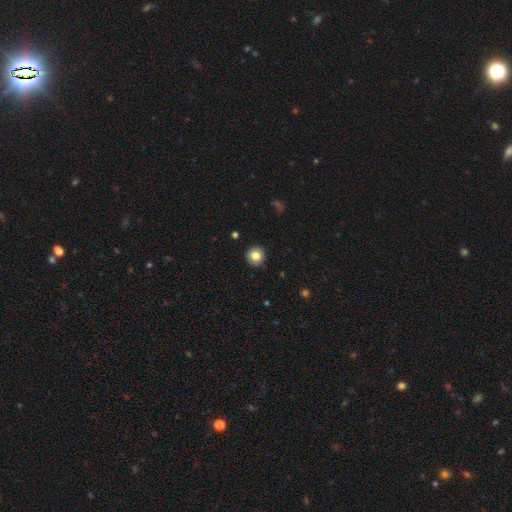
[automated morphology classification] smooth-or-featured: smooth: 81% | star or artifact: 10% | featured or disk: 9%
  how-rounded: round: 93% | in between: 6% | cigar-shaped: 1%
  merging: none: 91% | minor disturbance: 6% | major disturbance: 2% | merger: 1%